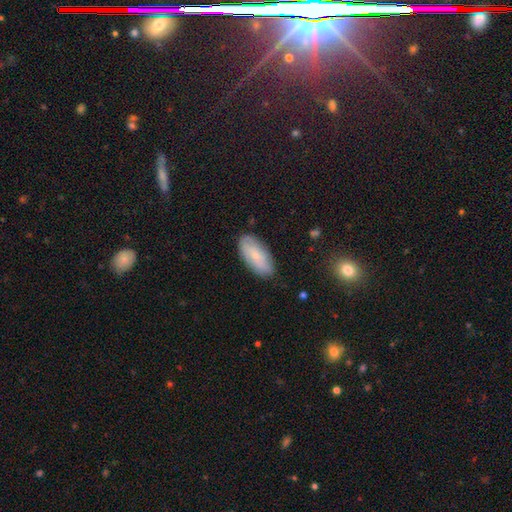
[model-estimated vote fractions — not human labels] Smooth or featured?
  - smooth: 72% *
  - featured or disk: 21%
  - star or artifact: 6%
How rounded?
  - in between: 88% *
  - cigar-shaped: 10%
  - round: 2%
Merging?
  - none: 81% *
  - minor disturbance: 14%
  - major disturbance: 3%
  - merger: 1%